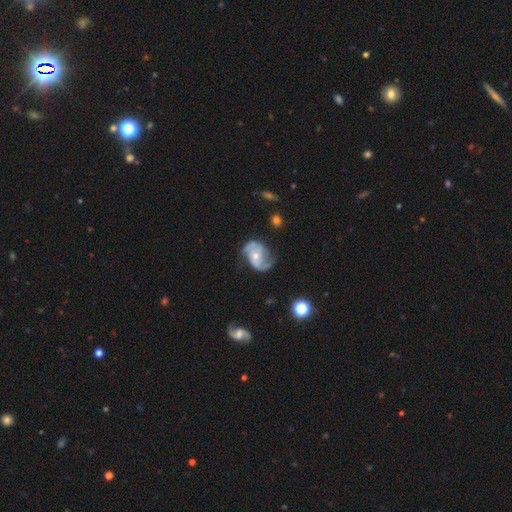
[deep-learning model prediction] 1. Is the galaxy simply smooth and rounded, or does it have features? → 80% featured or disk, 14% smooth, 6% star or artifact.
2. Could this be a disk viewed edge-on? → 97% no, 3% yes.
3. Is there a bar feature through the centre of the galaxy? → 65% no, 28% weak, 7% strong.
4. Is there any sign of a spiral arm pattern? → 93% yes, 7% no.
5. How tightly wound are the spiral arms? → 43% medium, 40% loose, 18% tight.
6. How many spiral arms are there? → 81% 2, 7% can't tell, 6% 1, 4% 3, 1% 4, 1% more than 4.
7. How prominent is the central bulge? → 49% small, 45% moderate, 3% none, 2% large, 1% dominant.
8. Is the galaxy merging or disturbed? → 55% none, 26% minor disturbance, 16% major disturbance, 3% merger.